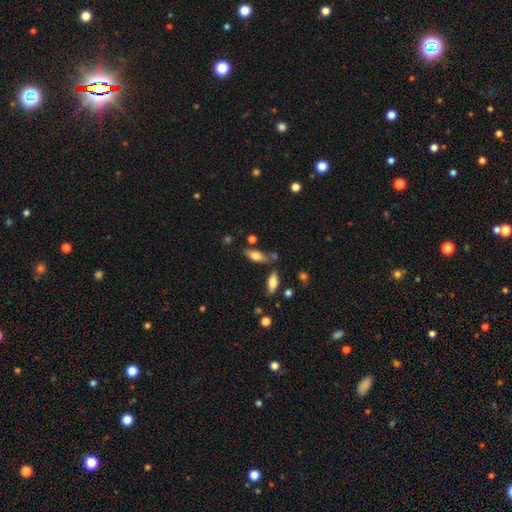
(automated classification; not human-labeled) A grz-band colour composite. It shows a smooth galaxy with no disk features (59%) that is in between round and cigar-shaped (69%). Merging: none (68%).